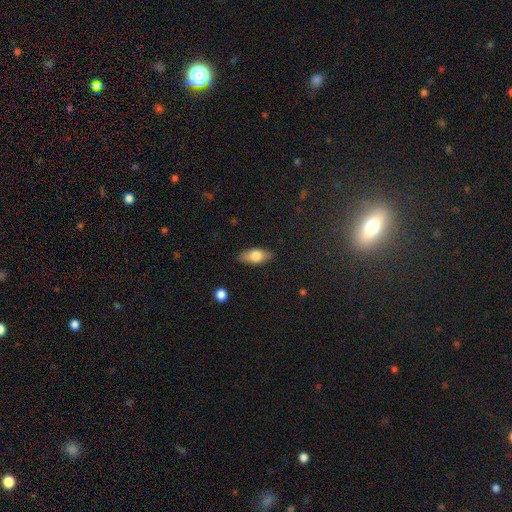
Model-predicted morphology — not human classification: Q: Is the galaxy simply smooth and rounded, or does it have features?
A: smooth — 71%.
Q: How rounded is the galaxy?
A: in between — 83%.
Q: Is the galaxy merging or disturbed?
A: none — 84%.